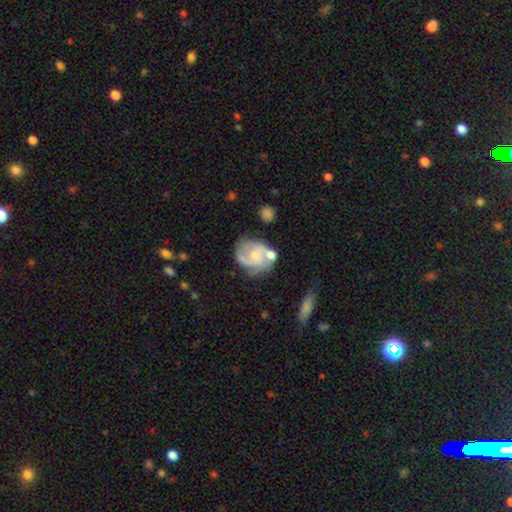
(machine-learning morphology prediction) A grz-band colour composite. It shows a featured or disk galaxy (71%) with no bar (63%), 2 (58%) medium (49%) spiral arms (88%) and a small central bulge (51%). Merging: none (47%).